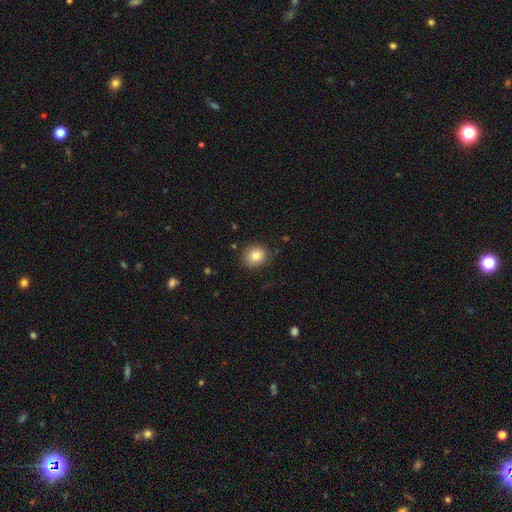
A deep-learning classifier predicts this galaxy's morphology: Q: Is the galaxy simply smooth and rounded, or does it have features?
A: smooth — 82%.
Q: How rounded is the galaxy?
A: round — 74%.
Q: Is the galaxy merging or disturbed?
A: none — 85%.